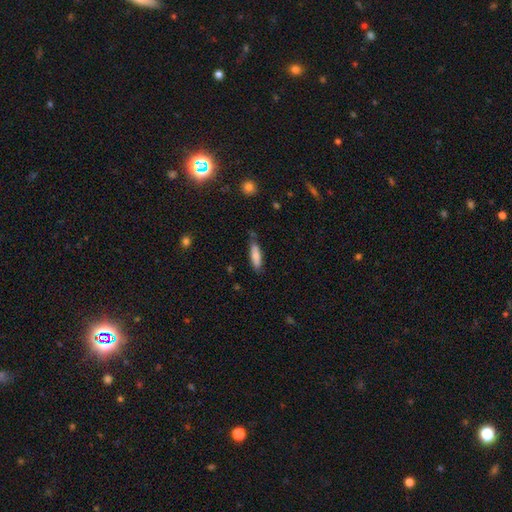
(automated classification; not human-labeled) Smooth or featured? smooth (80%)
How rounded? cigar-shaped (63%)
Merging? none (73%)